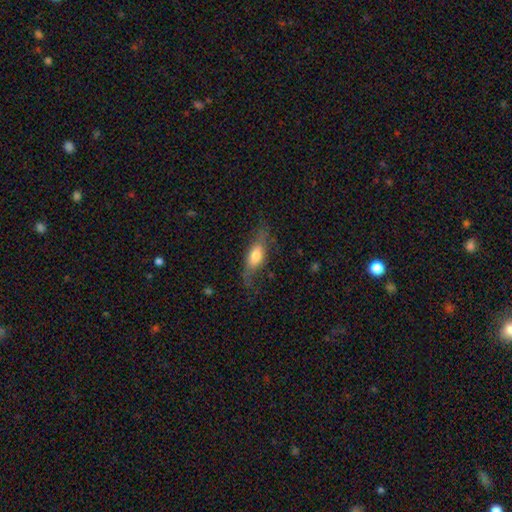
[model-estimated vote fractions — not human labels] Overall: smooth (56%; featured or disk 37%). How rounded: in between (67%; cigar-shaped 29%). Merging: none (55%; minor disturbance 26%).